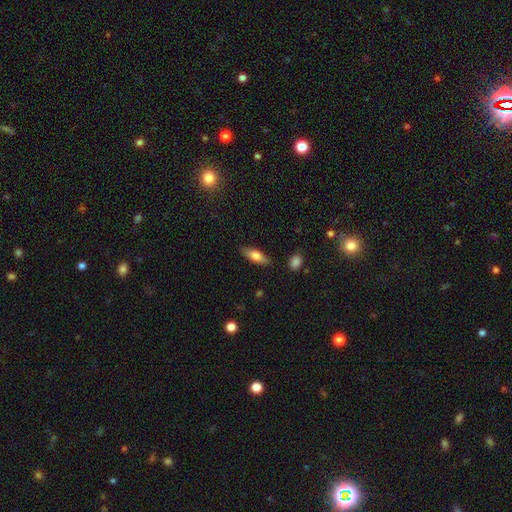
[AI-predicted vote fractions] This appears to be a smooth galaxy with no disk features (67%) that is in between round and cigar-shaped (61%). Merging: none (84%).